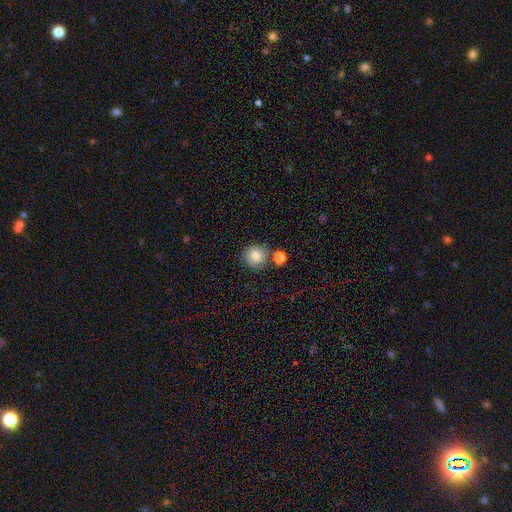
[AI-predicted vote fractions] This appears to be a smooth galaxy with no disk features (79%) that is round (90%). Merging: none (74%).